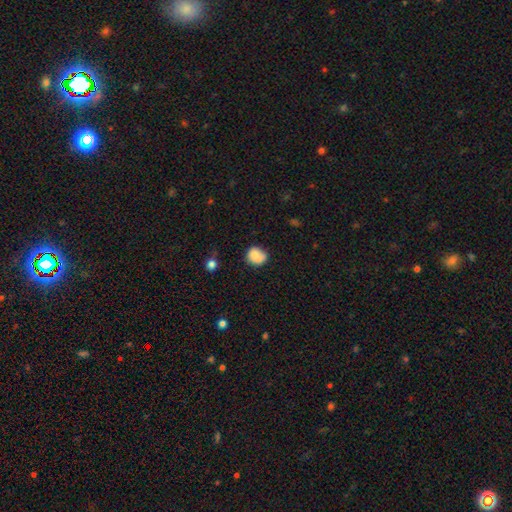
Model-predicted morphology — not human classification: This appears to be a smooth galaxy with no disk features (78%) that is round (71%). Merging: none (51%).